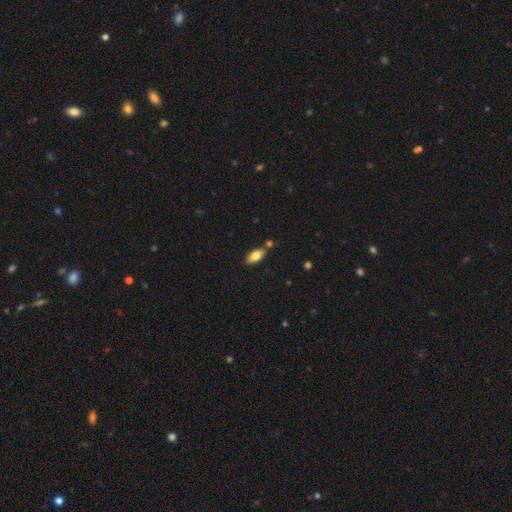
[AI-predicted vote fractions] Smooth or featured: smooth — 75% (featured or disk — 18%)
How rounded: in between — 87% (cigar-shaped — 10%)
Merging: none — 77% (minor disturbance — 12%)